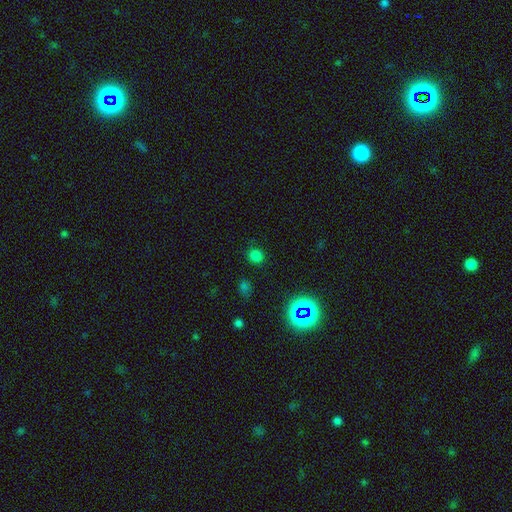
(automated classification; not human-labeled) smooth 72%, star or artifact 23%, featured or disk 4%. Down the decision tree: how rounded — round (88%); merging — none (86%).